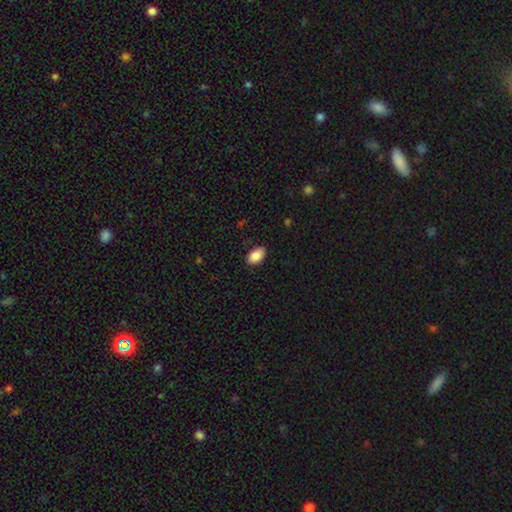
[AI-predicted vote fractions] Q: Smooth or featured?
A: smooth (88%); runner-up: star or artifact (7%)
Q: How rounded?
A: in between (93%); runner-up: round (6%)
Q: Merging?
A: none (88%); runner-up: minor disturbance (9%)